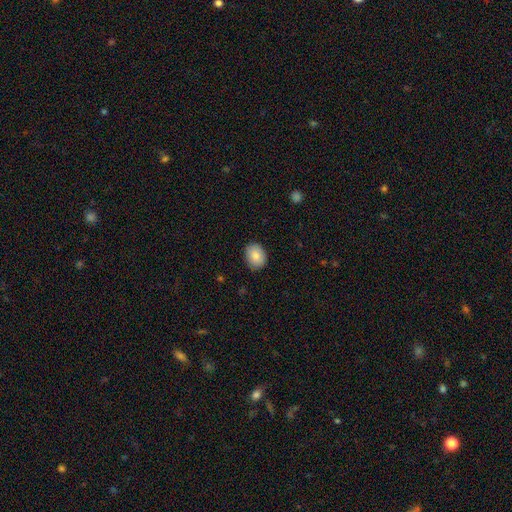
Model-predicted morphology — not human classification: A smooth galaxy with no disk features (84%) that is in between round and cigar-shaped (56%).

Vote fractions:
- Smooth or featured? smooth: 84% / featured or disk: 9% / star or artifact: 8%
- How rounded? in between: 56% / round: 43% / cigar-shaped: 1%
- Merging? none: 87% / minor disturbance: 10% / major disturbance: 2% / merger: 1%